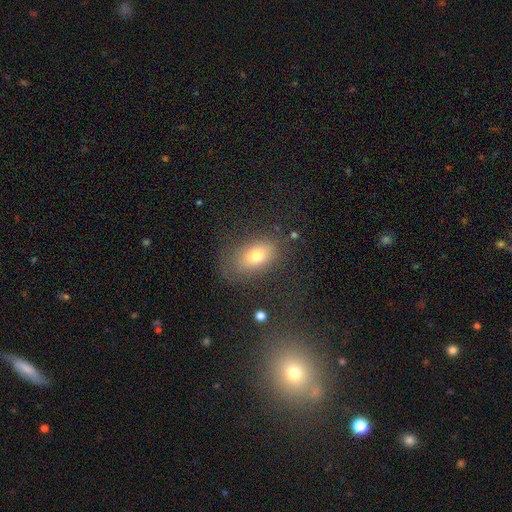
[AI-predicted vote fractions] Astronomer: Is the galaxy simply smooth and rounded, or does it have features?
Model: smooth — 72%.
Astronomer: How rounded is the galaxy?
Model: in between — 85%.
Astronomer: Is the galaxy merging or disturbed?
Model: none — 69%.